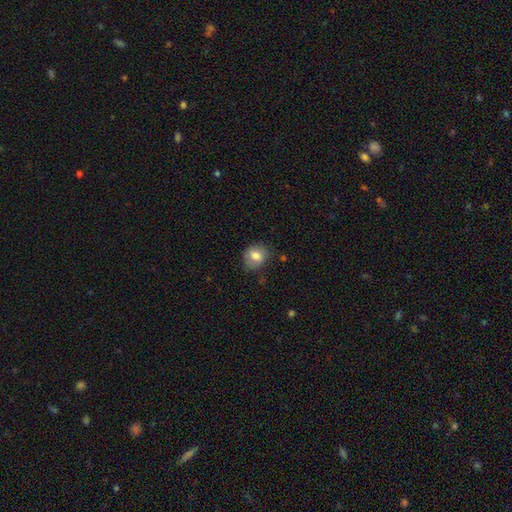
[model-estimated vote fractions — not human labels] Morphology: type=smooth (78%); roundness=round (67%); merging=none (72%).